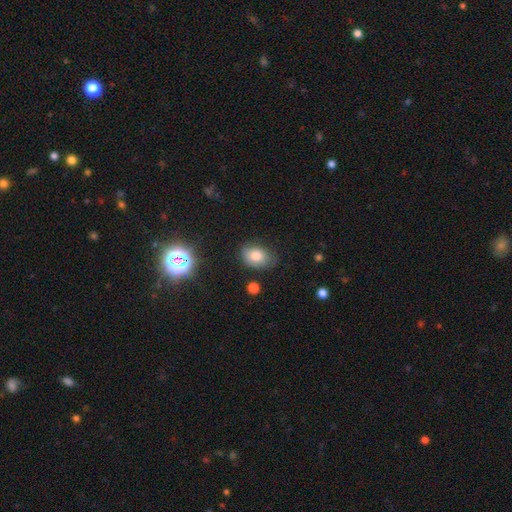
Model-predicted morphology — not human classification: This is likely a smooth galaxy (79%). How rounded: likely in between (78%). Merging: likely none (66%).